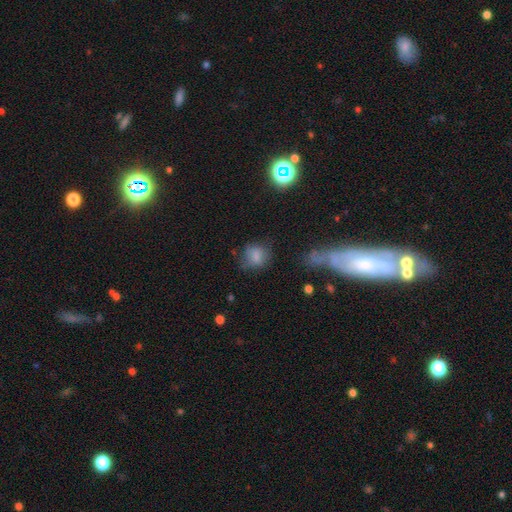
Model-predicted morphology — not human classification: A smooth galaxy with no disk features (76%) that is round (61%).

Vote fractions:
- Smooth or featured? smooth: 76% / star or artifact: 13% / featured or disk: 12%
- How rounded? round: 61% / in between: 38% / cigar-shaped: 2%
- Merging? none: 64% / minor disturbance: 22% / major disturbance: 11% / merger: 3%